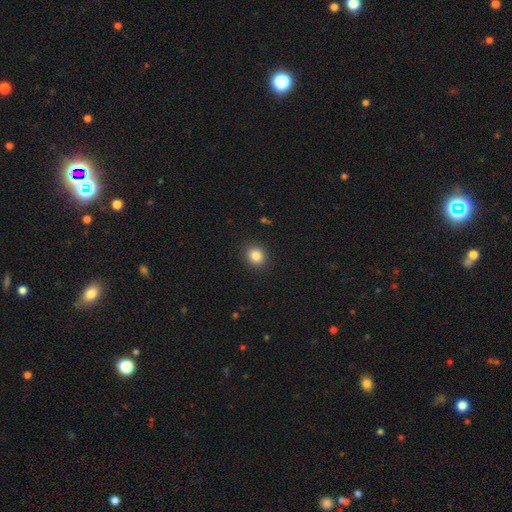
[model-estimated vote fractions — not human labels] Smooth or featured? Predicted: smooth (p=0.85). How rounded? Predicted: round (p=0.75). Merging? Predicted: none (p=0.90).